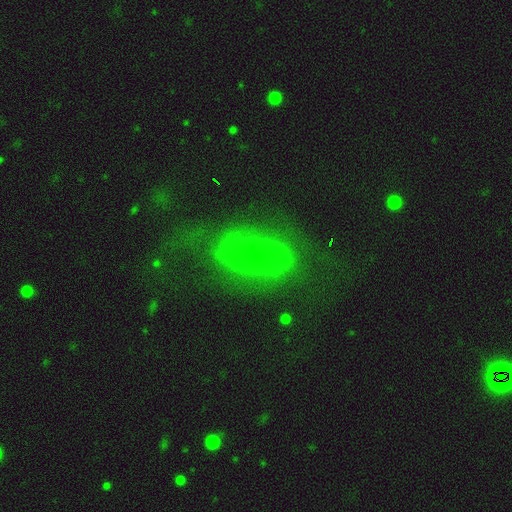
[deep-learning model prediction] A featured or disk galaxy (58%) with no bar (66%), spiral arms (67%) and a small central bulge (75%).

Vote fractions:
- Smooth or featured? featured or disk: 58% / smooth: 25% / star or artifact: 16%
- Edge-on disk? no: 93% / yes: 7%
- Bar? no: 66% / weak: 25% / strong: 9%
- Spiral arms? yes: 67% / no: 33%
- Bulge size? small: 75% / moderate: 16% / none: 7% / large: 2% / dominant: 1%
- Merging? none: 50% / minor disturbance: 22% / major disturbance: 20% / merger: 7%